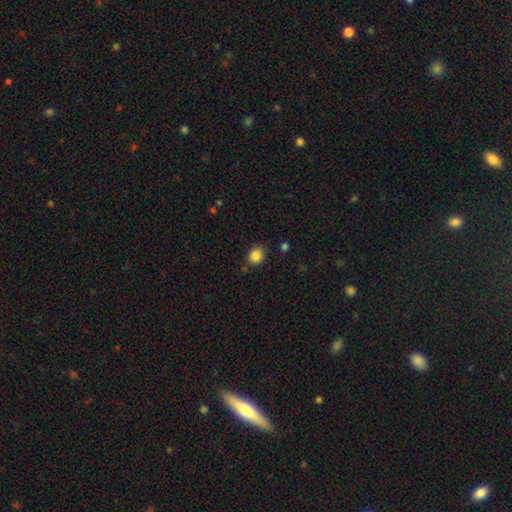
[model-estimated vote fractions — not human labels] Smooth or featured: smooth — 85% (star or artifact — 10%)
How rounded: round — 66% (in between — 33%)
Merging: none — 83% (minor disturbance — 11%)